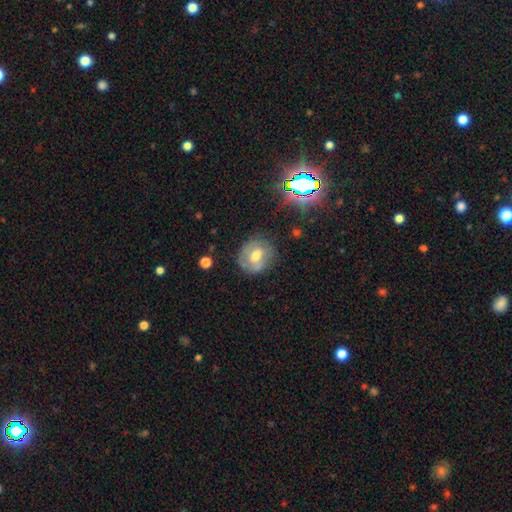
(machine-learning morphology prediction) This appears to be a featured or disk galaxy (49%). Merging: none (70%).